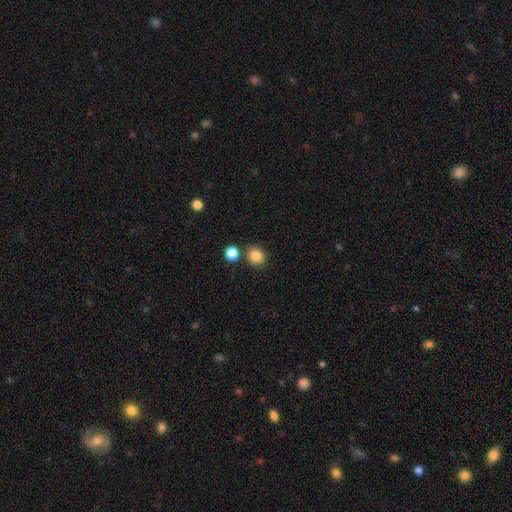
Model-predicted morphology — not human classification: Smooth or featured? Predicted: smooth (p=0.85). How rounded? Predicted: round (p=0.68). Merging? Predicted: none (p=0.79).